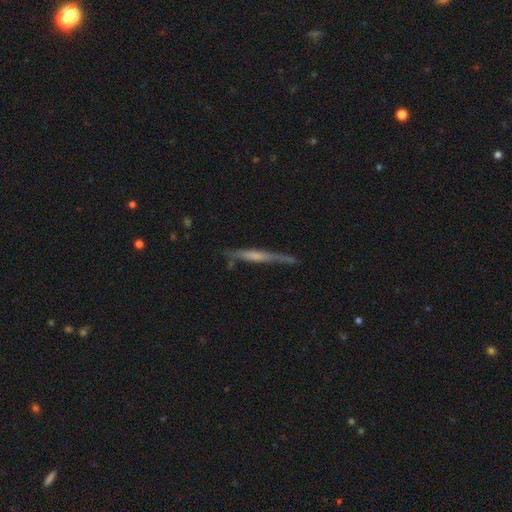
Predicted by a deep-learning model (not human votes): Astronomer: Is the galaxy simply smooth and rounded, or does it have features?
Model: featured or disk — 59% (runner-up: smooth, 35%).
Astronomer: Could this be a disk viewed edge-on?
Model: yes — 95%.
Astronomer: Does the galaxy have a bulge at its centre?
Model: none — 50% (runner-up: rounded, 30%).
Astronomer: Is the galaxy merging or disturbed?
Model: none — 75%.